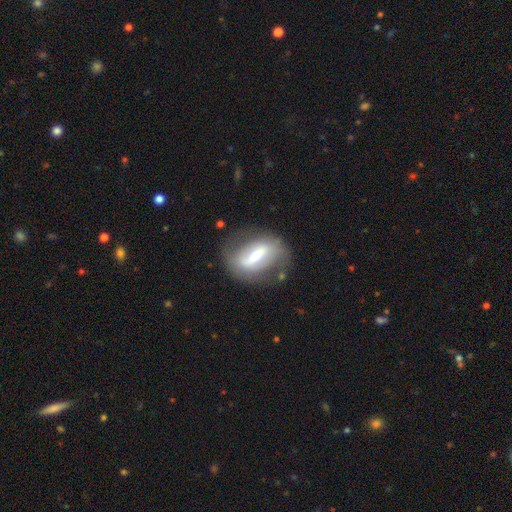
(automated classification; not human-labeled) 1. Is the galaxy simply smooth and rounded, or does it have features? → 66% featured or disk, 27% smooth, 7% star or artifact.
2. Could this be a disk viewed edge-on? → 83% no, 17% yes.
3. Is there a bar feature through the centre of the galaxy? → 66% strong, 24% weak, 9% no.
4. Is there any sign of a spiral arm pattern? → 57% no, 43% yes.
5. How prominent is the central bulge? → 48% moderate, 41% small, 7% large, 2% none, 2% dominant.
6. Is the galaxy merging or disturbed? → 66% none, 19% minor disturbance, 12% major disturbance, 3% merger.